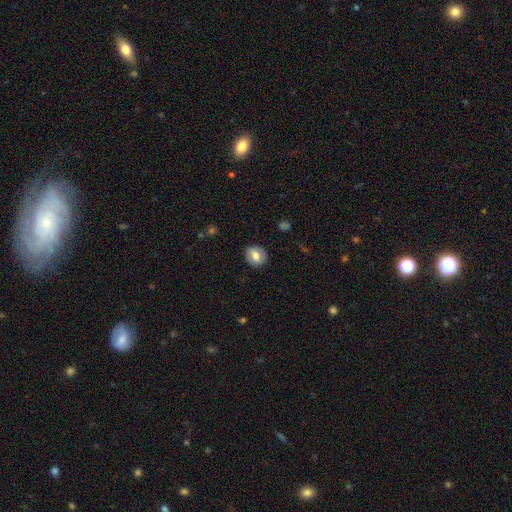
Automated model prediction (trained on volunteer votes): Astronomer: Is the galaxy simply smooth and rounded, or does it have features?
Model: smooth — 72%.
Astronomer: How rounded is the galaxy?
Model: round — 68%.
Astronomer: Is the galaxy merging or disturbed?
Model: none — 87%.